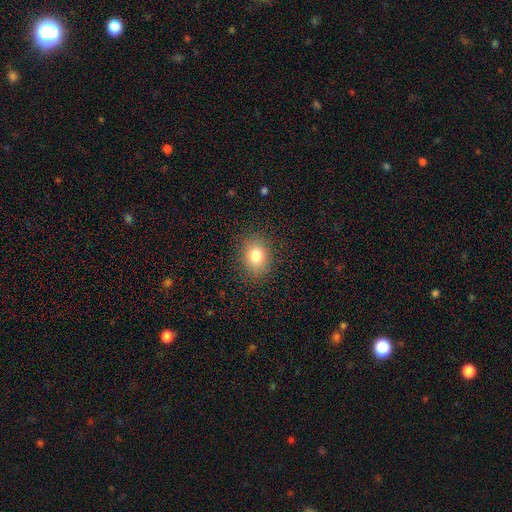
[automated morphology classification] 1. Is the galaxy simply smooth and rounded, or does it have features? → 81% smooth, 11% star or artifact, 8% featured or disk.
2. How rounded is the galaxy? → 53% round, 46% in between, 1% cigar-shaped.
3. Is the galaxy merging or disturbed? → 85% none, 10% minor disturbance, 3% major disturbance, 1% merger.